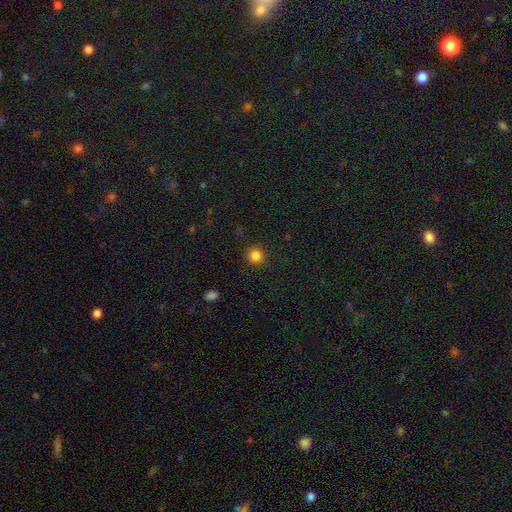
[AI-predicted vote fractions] Smooth or featured? smooth (84%)
How rounded? round (92%)
Merging? none (91%)